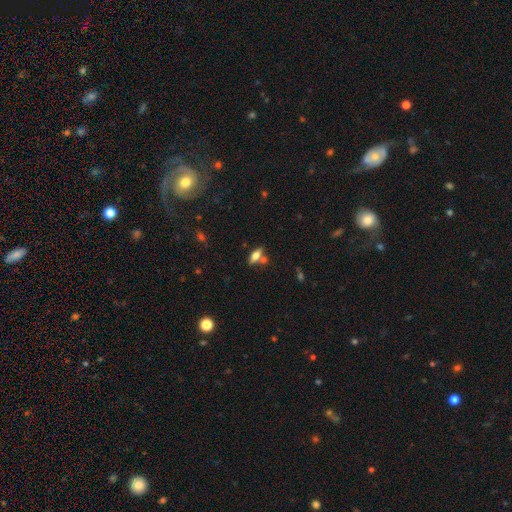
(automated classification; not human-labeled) Morphology: type=smooth (59%); roundness=in between (70%); merging=none (63%).